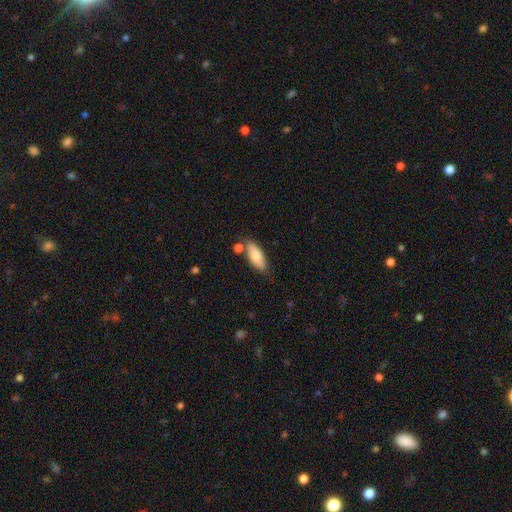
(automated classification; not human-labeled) Smooth or featured? Predicted: smooth (p=0.78). How rounded? Predicted: in between (p=0.77). Merging? Predicted: none (p=0.71).